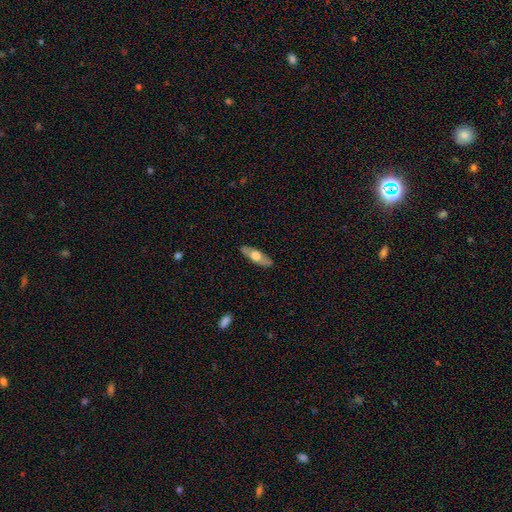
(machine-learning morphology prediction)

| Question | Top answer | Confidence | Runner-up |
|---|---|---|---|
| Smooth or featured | smooth | 52% | featured or disk (43%) |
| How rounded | in between | 53% | cigar-shaped (44%) |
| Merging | none | 86% | minor disturbance (11%) |